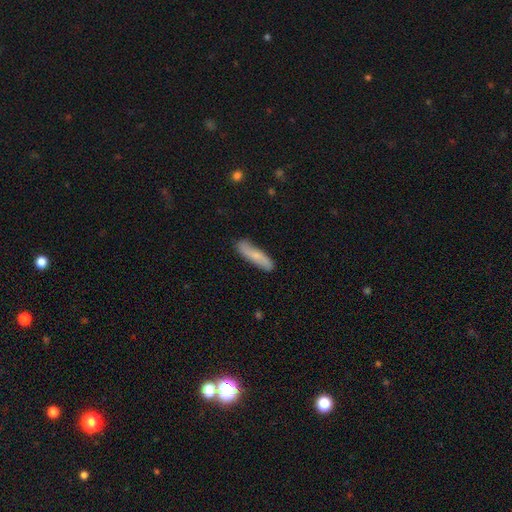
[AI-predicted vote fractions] smooth_or_featured: smooth (p=0.64) [alt: featured or disk p=0.30]
how_rounded: cigar-shaped (p=0.79) [alt: in between p=0.19]
merging: none (p=0.82) [alt: minor disturbance p=0.14]